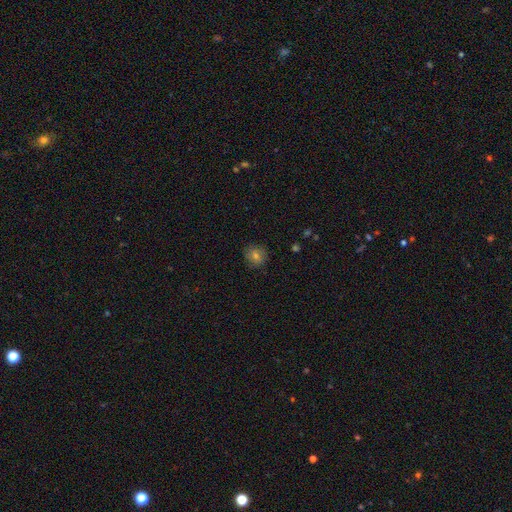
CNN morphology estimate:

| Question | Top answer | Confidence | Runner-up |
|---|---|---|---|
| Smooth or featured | smooth | 70% | star or artifact (16%) |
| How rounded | round | 85% | in between (14%) |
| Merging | none | 86% | minor disturbance (10%) |